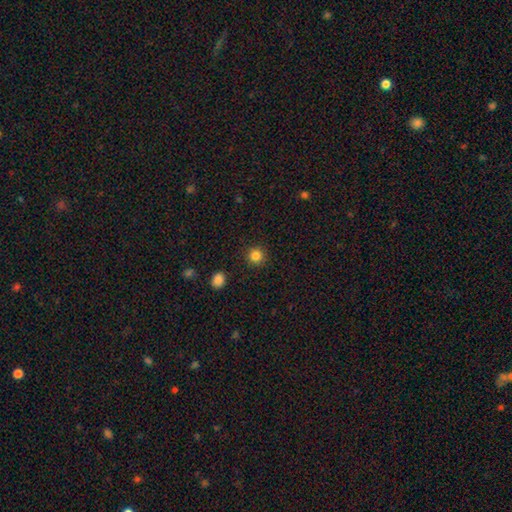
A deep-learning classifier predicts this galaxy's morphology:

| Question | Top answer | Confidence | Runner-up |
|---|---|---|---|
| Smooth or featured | smooth | 84% | star or artifact (12%) |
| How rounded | round | 94% | in between (5%) |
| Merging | none | 91% | minor disturbance (5%) |